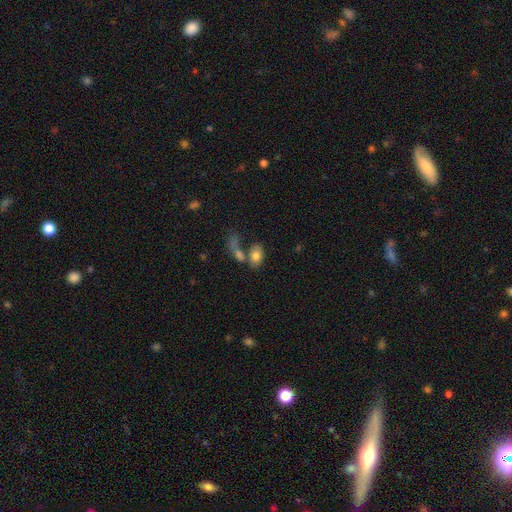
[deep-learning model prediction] Smooth or featured: smooth — 77% (featured or disk — 15%)
How rounded: in between — 88% (round — 10%)
Merging: none — 41% (merger — 37%)